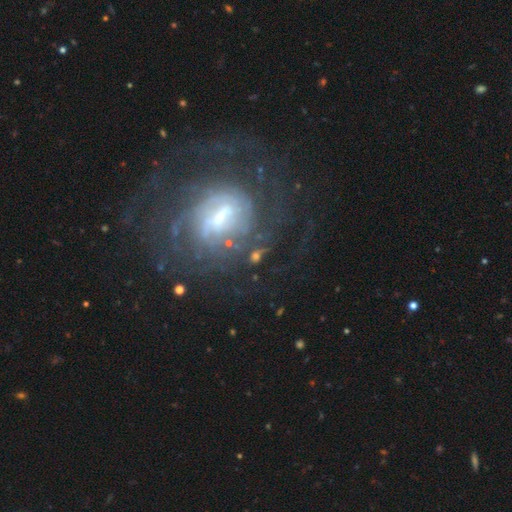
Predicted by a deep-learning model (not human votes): The model was most divided on "bulge size": small: 36%, moderate: 35%, large: 18%, none: 8%, dominant: 3%. Remaining: edge-on disk — no (95%); spiral arms — yes (90%); smooth or featured — featured or disk (80%); merging — none (67%); spiral winding — tight (63%); spiral arm count — can't tell (46%); bar — weak (45%).